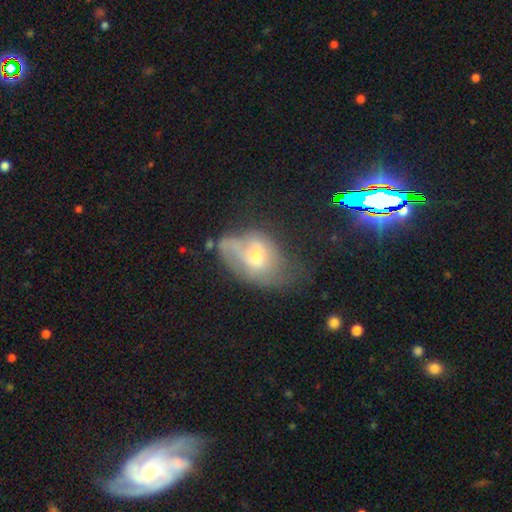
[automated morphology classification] smooth 44%, featured or disk 43%, star or artifact 13%. Down the decision tree: merging — major disturbance (33%).